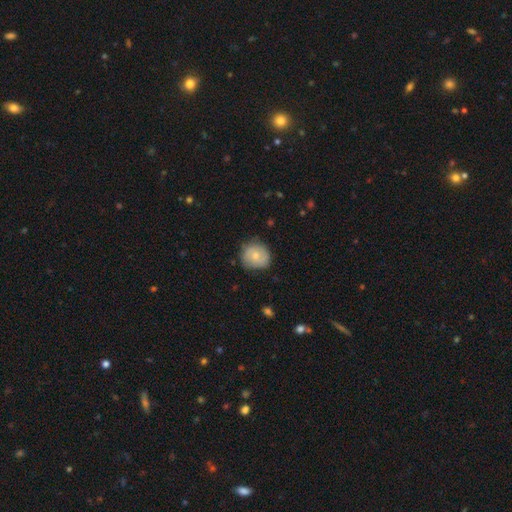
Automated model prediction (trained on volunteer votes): Smooth or featured? Predicted: smooth (p=0.63). How rounded? Predicted: round (p=0.85). Merging? Predicted: none (p=0.74).